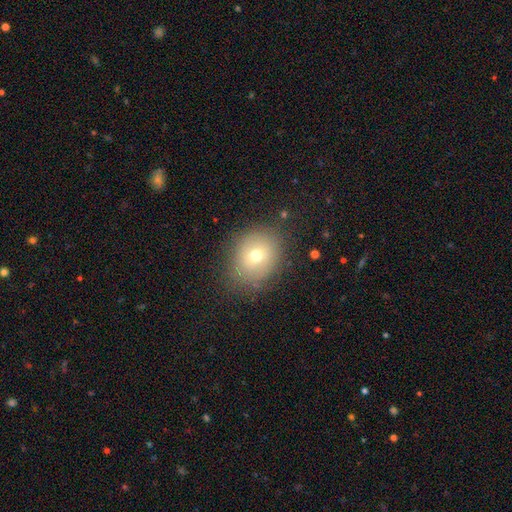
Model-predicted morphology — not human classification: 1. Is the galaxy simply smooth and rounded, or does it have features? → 67% smooth, 18% featured or disk, 15% star or artifact.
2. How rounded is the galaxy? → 55% round, 44% in between, 1% cigar-shaped.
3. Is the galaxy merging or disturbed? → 80% none, 14% minor disturbance, 5% major disturbance, 1% merger.